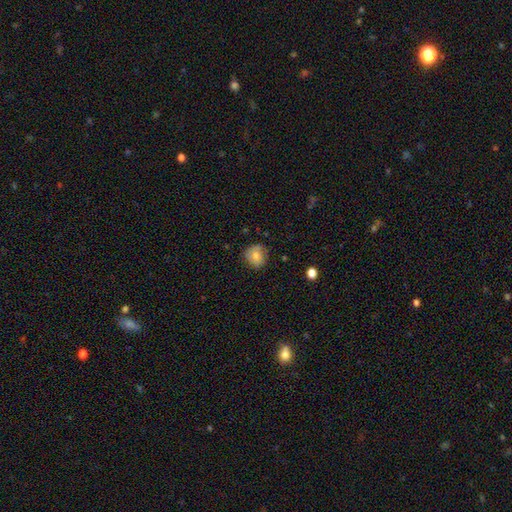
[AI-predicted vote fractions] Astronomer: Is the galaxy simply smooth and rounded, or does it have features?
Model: smooth — 70%.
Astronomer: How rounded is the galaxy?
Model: round — 80%.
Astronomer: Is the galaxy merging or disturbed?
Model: none — 71%.